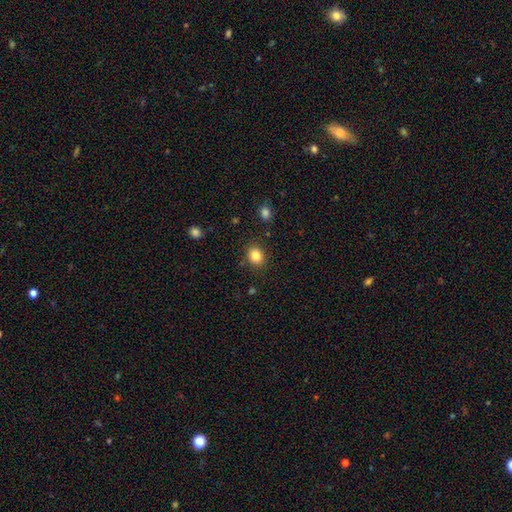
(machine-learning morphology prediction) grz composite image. It shows a smooth galaxy with no disk features (83%) that is round (62%). Merging: none (87%).